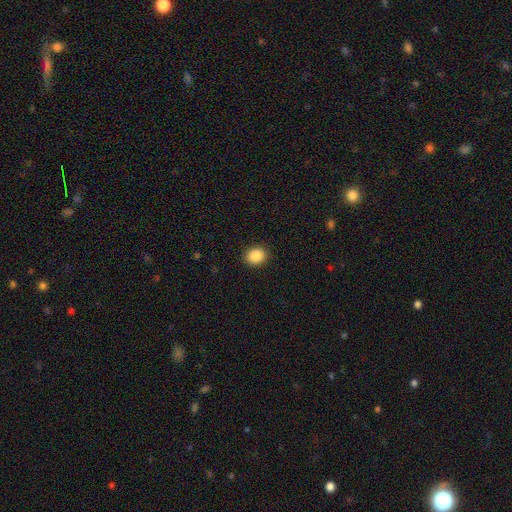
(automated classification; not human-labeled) Overall: smooth (88%). How rounded: round (60%; in between 39%). Merging: none (90%).